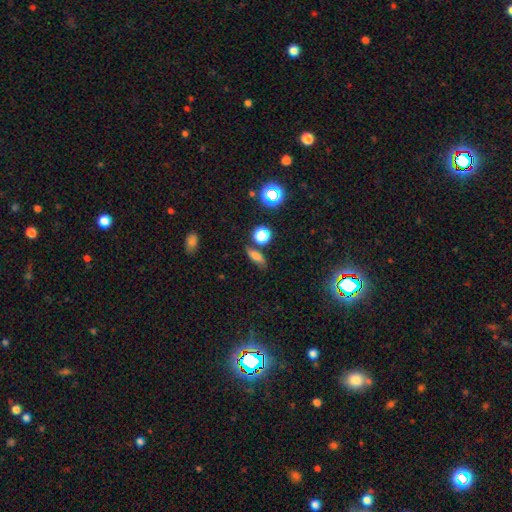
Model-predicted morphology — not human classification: This appears to be a smooth galaxy with no disk features (71%) that is in between round and cigar-shaped (61%). Merging: none (72%).